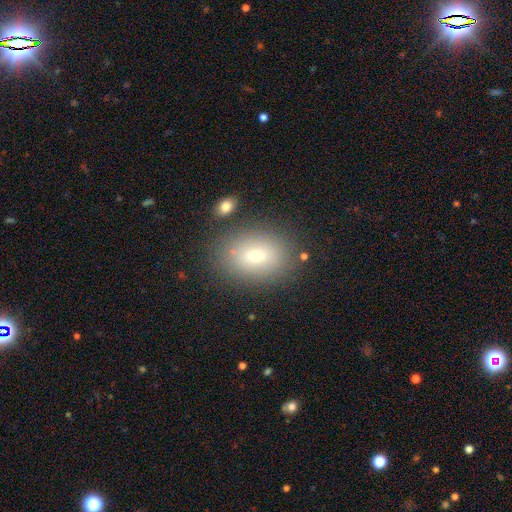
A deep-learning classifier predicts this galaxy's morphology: This is likely a smooth galaxy (68%). How rounded: likely in between (73%). Merging: clearly none (81%).